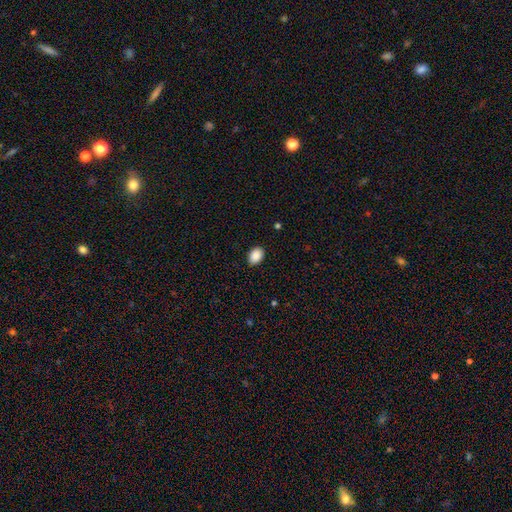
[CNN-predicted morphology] smooth-or-featured: smooth: 90% | star or artifact: 8% | featured or disk: 3%
  how-rounded: in between: 77% | round: 22% | cigar-shaped: 1%
  merging: none: 89% | minor disturbance: 8% | major disturbance: 2% | merger: 1%